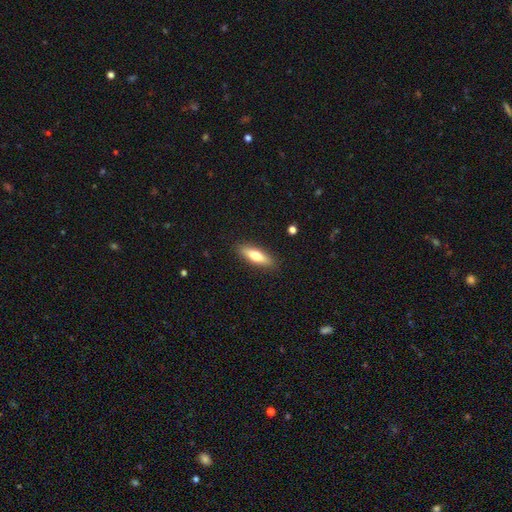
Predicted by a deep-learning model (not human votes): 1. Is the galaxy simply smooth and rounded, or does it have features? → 68% smooth, 26% featured or disk, 6% star or artifact.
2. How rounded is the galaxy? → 52% cigar-shaped, 46% in between, 2% round.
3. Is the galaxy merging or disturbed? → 88% none, 8% minor disturbance, 2% major disturbance, 1% merger.